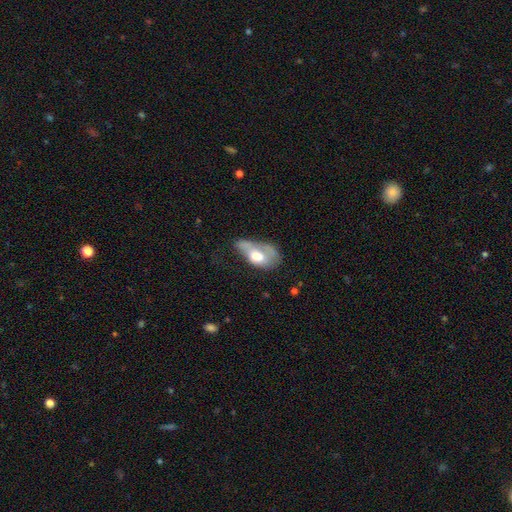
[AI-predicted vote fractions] Q: Smooth or featured?
A: smooth (55%); runner-up: featured or disk (37%)
Q: How rounded?
A: in between (89%); runner-up: round (7%)
Q: Merging?
A: major disturbance (46%); runner-up: minor disturbance (25%)